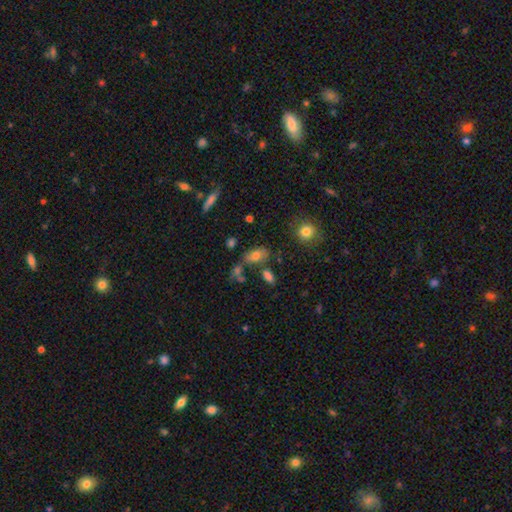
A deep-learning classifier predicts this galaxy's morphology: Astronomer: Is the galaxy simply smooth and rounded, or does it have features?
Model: smooth — 71%.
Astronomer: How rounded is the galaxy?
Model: in between — 88%.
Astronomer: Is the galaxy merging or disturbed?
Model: none — 63%.